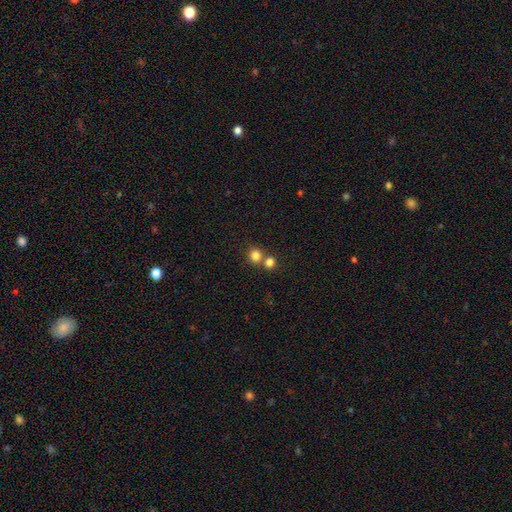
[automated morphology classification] Smooth or featured?
  - smooth: 82% *
  - star or artifact: 12%
  - featured or disk: 6%
How rounded?
  - round: 82% *
  - in between: 17%
  - cigar-shaped: 1%
Merging?
  - none: 56% *
  - merger: 35%
  - minor disturbance: 7%
  - major disturbance: 3%